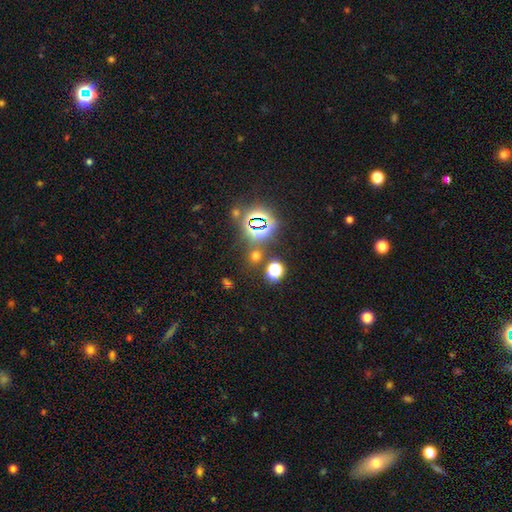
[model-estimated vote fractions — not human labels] A star or artifact, not a galaxy (48%).

Vote fractions:
- Smooth or featured? star or artifact: 48% / smooth: 45% / featured or disk: 7%